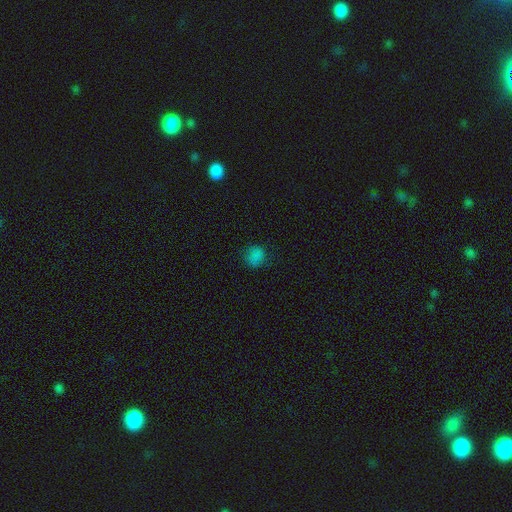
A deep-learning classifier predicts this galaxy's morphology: The model was most divided on "merging": none: 75%, minor disturbance: 18%, major disturbance: 6%, merger: 1%. More confident: smooth or featured — smooth (78%); how rounded — round (78%).